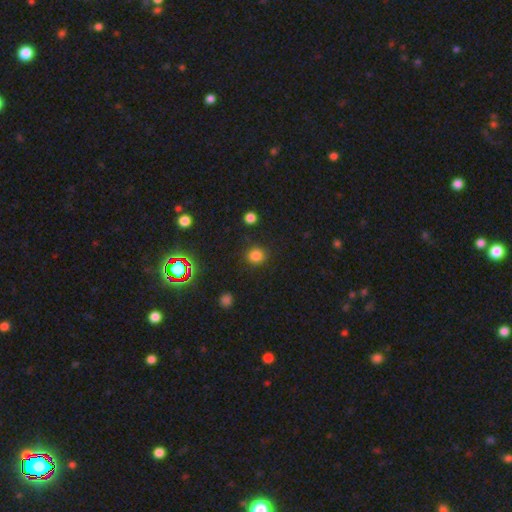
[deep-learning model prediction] A smooth galaxy with no disk features (78%) that is round (87%). Merging: none (85%).